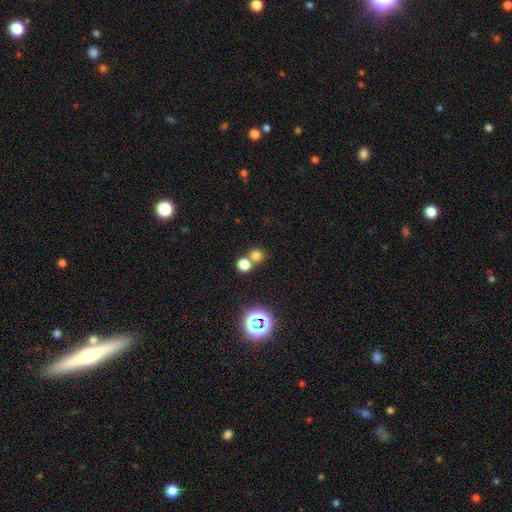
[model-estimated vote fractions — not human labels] Smooth or featured?
  - smooth: 73% *
  - star or artifact: 20%
  - featured or disk: 7%
How rounded?
  - round: 86% *
  - in between: 13%
  - cigar-shaped: 1%
Merging?
  - none: 51% *
  - merger: 41%
  - minor disturbance: 6%
  - major disturbance: 3%